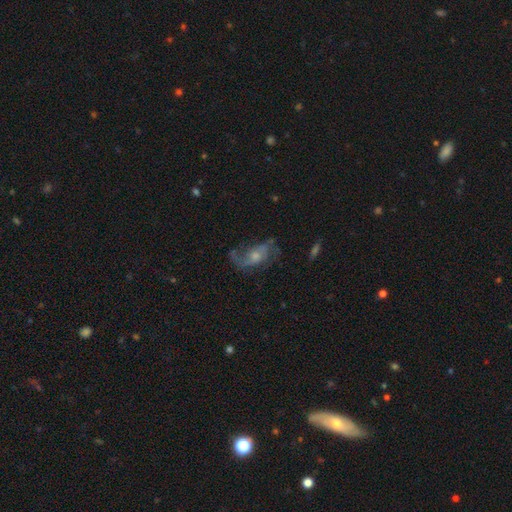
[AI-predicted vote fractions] A featured or disk galaxy (74%) with no bar (65%), 2 (67%) loose (62%) spiral arms (86%) and a moderate central bulge (44%).

Vote fractions:
- Smooth or featured? featured or disk: 74% / smooth: 17% / star or artifact: 9%
- Edge-on disk? no: 95% / yes: 5%
- Bar? no: 65% / weak: 30% / strong: 5%
- Spiral arms? yes: 86% / no: 14%
- Spiral winding? loose: 62% / medium: 30% / tight: 8%
- Spiral arm count? 2: 67% / 1: 16% / can't tell: 10% / 3: 3% / 4: 2% / more than 4: 2%
- Bulge size? moderate: 44% / small: 42% / none: 6% / large: 6% / dominant: 1%
- Merging? none: 51% / major disturbance: 25% / minor disturbance: 21% / merger: 3%